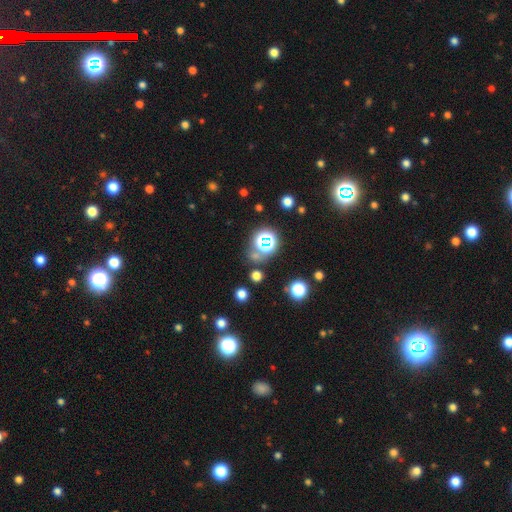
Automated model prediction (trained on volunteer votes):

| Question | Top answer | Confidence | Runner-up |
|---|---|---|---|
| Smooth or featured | star or artifact | 59% | smooth (32%) |